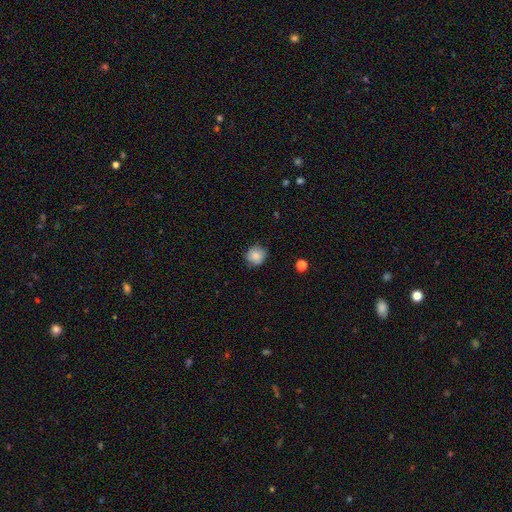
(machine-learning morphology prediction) smooth-or-featured: smooth: 85% | star or artifact: 9% | featured or disk: 6%
  how-rounded: round: 88% | in between: 11% | cigar-shaped: 1%
  merging: none: 81% | minor disturbance: 15% | major disturbance: 3% | merger: 1%